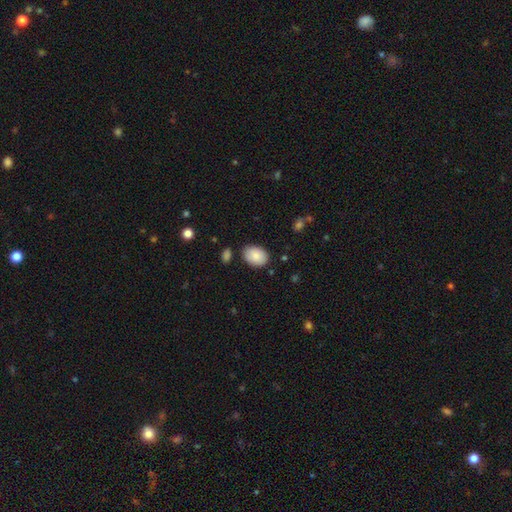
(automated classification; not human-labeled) The model was most divided on "how rounded": in between: 82%, round: 17%, cigar-shaped: 1%. More confident: smooth or featured — smooth (86%); merging — none (81%).